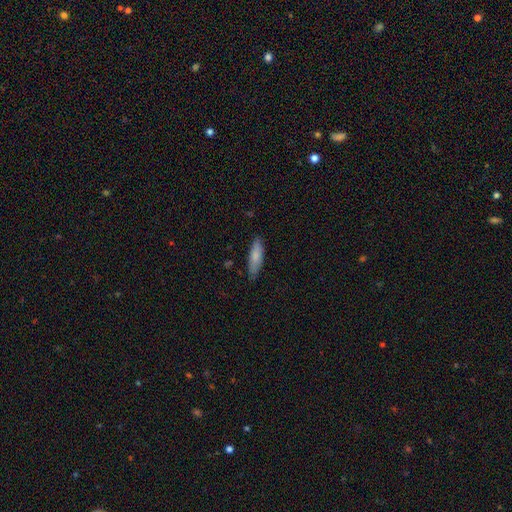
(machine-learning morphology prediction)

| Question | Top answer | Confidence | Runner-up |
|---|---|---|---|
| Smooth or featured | smooth | 78% | featured or disk (16%) |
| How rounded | cigar-shaped | 52% | in between (46%) |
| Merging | none | 81% | minor disturbance (15%) |